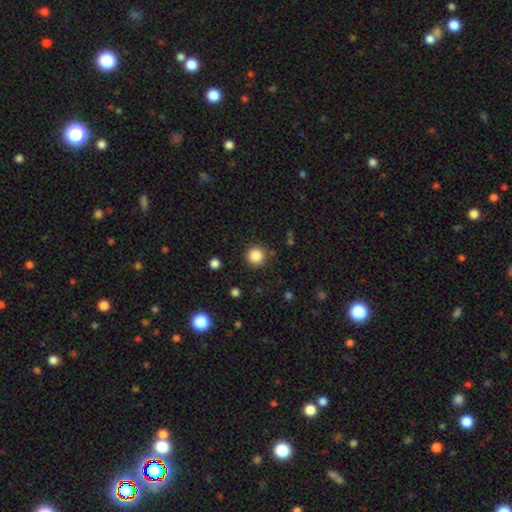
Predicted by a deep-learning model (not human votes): Smooth or featured?
  - smooth: 86% *
  - star or artifact: 11%
  - featured or disk: 4%
How rounded?
  - round: 95% *
  - in between: 4%
  - cigar-shaped: 1%
Merging?
  - none: 89% *
  - minor disturbance: 7%
  - major disturbance: 3%
  - merger: 2%